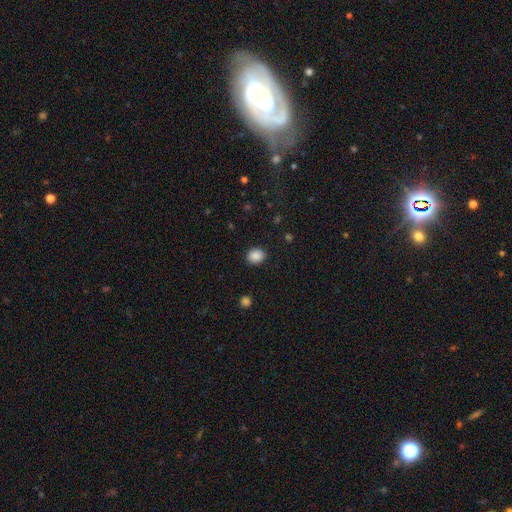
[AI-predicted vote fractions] Overall: smooth (88%). How rounded: round (63%; in between 36%). Merging: none (89%).